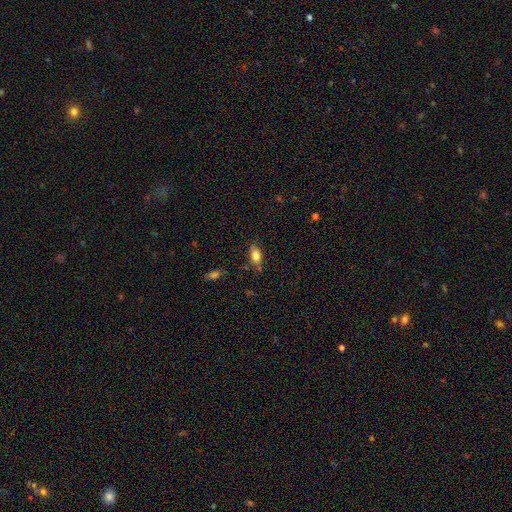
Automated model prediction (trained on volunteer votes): A smooth galaxy with no disk features (74%) that is in between round and cigar-shaped (84%). Merging: none (77%).